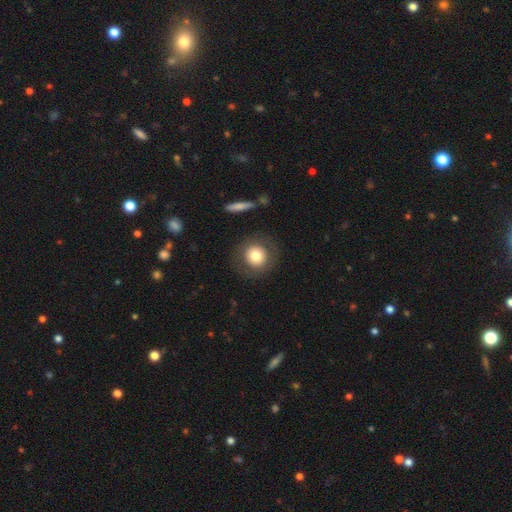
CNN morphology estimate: Smooth or featured?
  - smooth: 73% *
  - featured or disk: 19%
  - star or artifact: 8%
How rounded?
  - round: 91% *
  - in between: 8%
  - cigar-shaped: 1%
Merging?
  - none: 84% *
  - minor disturbance: 9%
  - major disturbance: 6%
  - merger: 2%